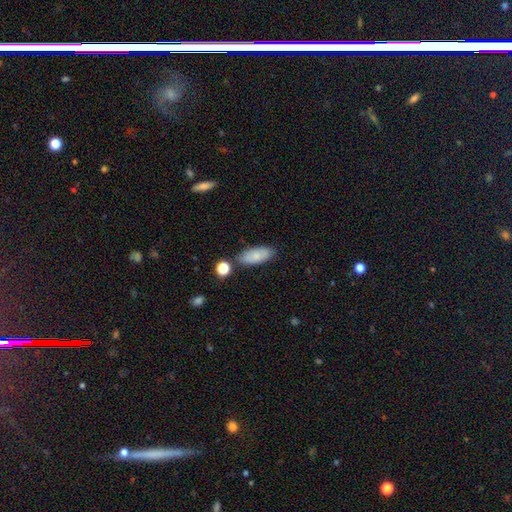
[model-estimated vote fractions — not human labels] Morphology: type=smooth (79%); roundness=in between (84%); merging=none (77%).